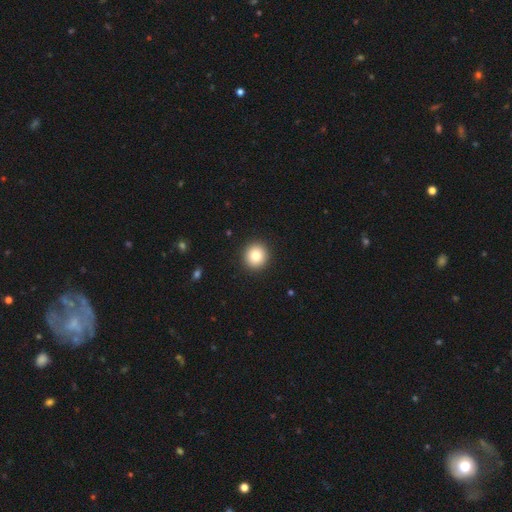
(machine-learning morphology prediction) A smooth galaxy with no disk features (82%) that is round (93%).

Vote fractions:
- Smooth or featured? smooth: 82% / star or artifact: 9% / featured or disk: 8%
- How rounded? round: 93% / in between: 6% / cigar-shaped: 1%
- Merging? none: 93% / minor disturbance: 5% / major disturbance: 2% / merger: 1%